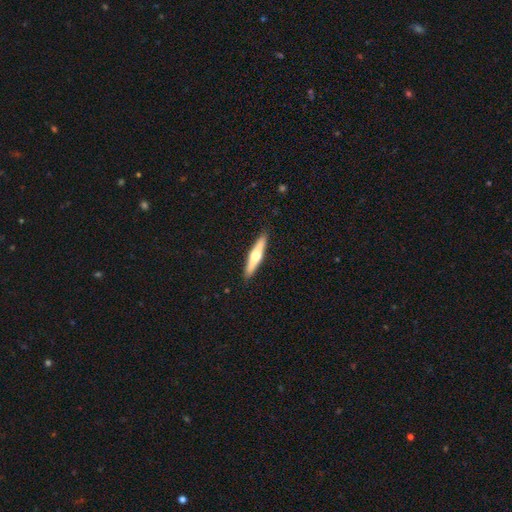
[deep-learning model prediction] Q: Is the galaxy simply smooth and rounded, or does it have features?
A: featured or disk — 54%.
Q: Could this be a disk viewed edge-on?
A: yes — 94%.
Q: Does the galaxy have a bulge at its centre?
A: rounded — 93%.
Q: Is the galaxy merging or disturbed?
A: none — 91%.